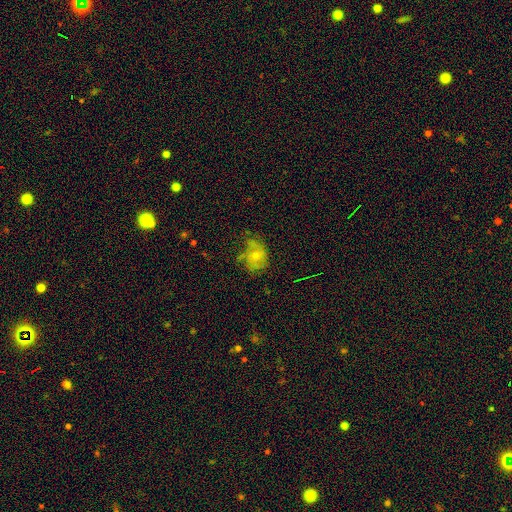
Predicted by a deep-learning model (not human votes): Smooth or featured: featured or disk — 43% (smooth — 42%)
Merging: none — 51% (minor disturbance — 29%)